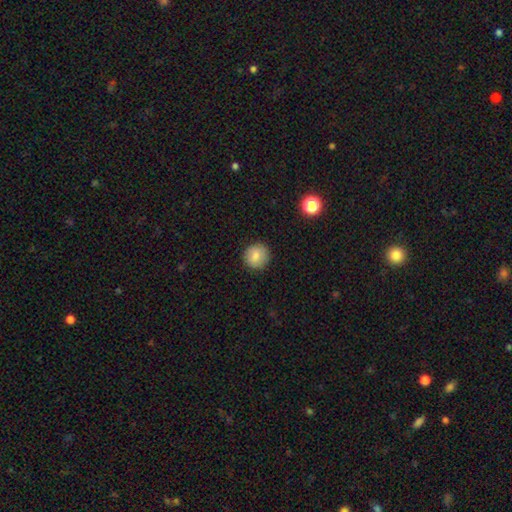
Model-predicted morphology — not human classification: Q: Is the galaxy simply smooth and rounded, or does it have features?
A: smooth — 83%.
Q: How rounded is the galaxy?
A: round — 92%.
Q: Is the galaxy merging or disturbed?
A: none — 90%.